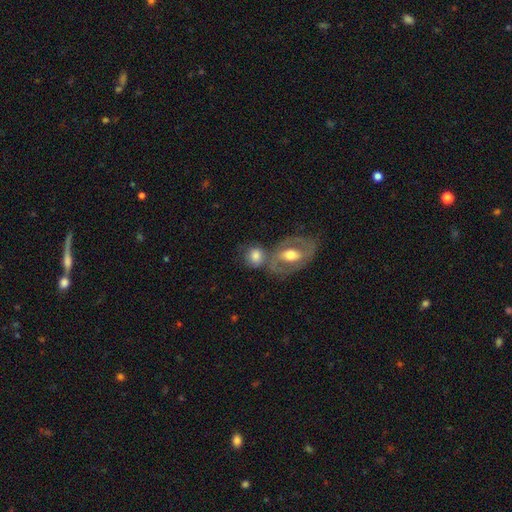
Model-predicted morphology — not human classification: smooth_or_featured: smooth (p=0.61) [alt: featured or disk p=0.32]
how_rounded: round (p=0.61) [alt: in between p=0.37]
merging: none (p=0.45) [alt: merger p=0.36]